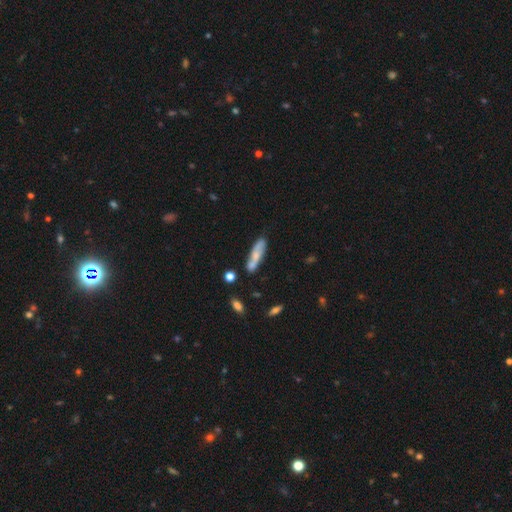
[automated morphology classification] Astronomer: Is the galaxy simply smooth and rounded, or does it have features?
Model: smooth — 60%.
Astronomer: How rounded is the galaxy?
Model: cigar-shaped — 68%.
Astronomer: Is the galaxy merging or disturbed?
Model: none — 61%.